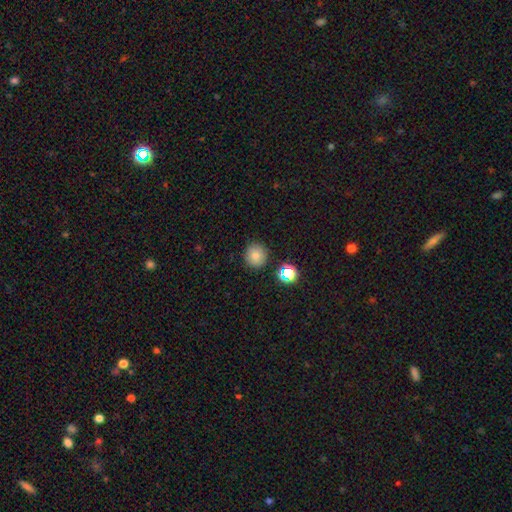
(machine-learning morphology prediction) Smooth or featured? smooth (79%)
How rounded? round (93%)
Merging? none (87%)